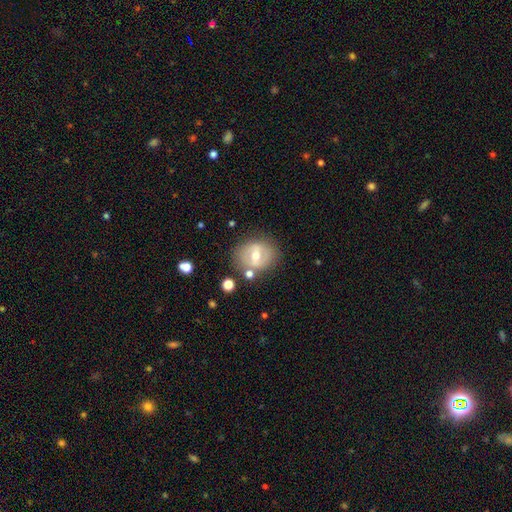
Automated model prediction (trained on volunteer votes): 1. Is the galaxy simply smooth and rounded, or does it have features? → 59% featured or disk, 33% smooth, 8% star or artifact.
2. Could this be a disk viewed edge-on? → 93% no, 7% yes.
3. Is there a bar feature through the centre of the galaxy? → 43% strong, 41% weak, 16% no.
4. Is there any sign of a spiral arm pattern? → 63% no, 37% yes.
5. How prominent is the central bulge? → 64% moderate, 30% small, 4% large, 1% none, 1% dominant.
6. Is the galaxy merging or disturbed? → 74% none, 14% minor disturbance, 6% major disturbance, 6% merger.